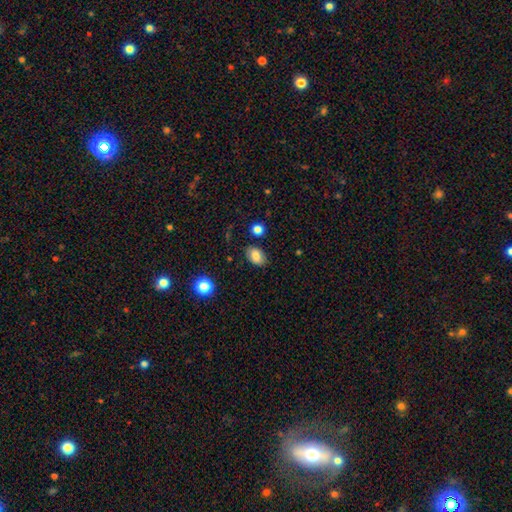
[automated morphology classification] Smooth or featured? Predicted: smooth (p=0.83). How rounded? Predicted: in between (p=0.85). Merging? Predicted: none (p=0.83).